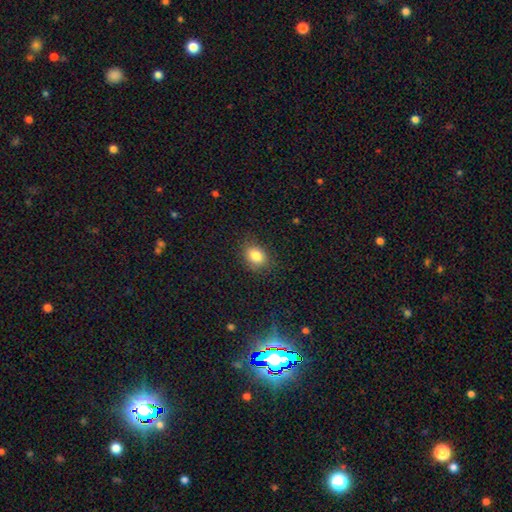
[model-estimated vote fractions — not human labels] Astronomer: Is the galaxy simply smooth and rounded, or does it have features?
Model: smooth — 84%.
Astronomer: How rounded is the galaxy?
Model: in between — 58% (runner-up: round, 41%).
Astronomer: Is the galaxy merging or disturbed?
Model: none — 83%.